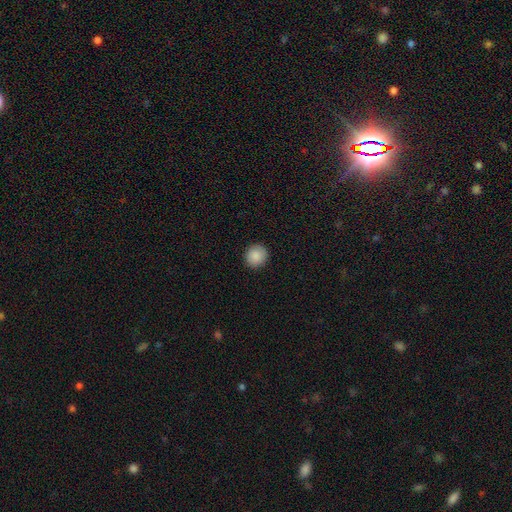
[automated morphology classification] The model was most divided on "smooth or featured": smooth: 88%, star or artifact: 8%, featured or disk: 4%. More confident: merging — none (91%); how rounded — round (90%).